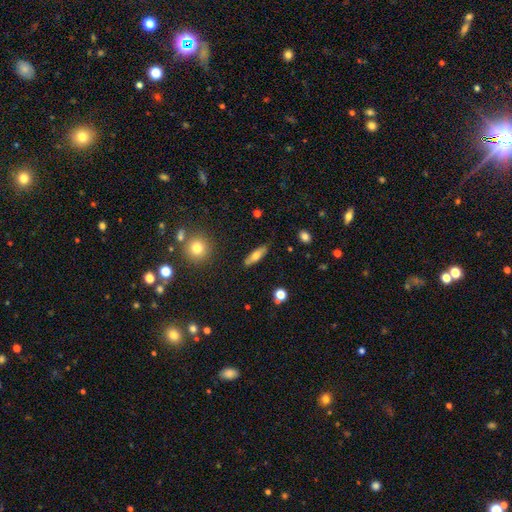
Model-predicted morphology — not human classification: Q: Smooth or featured?
A: smooth (64%); runner-up: featured or disk (29%)
Q: How rounded?
A: cigar-shaped (54%); runner-up: in between (43%)
Q: Merging?
A: none (84%); runner-up: minor disturbance (11%)